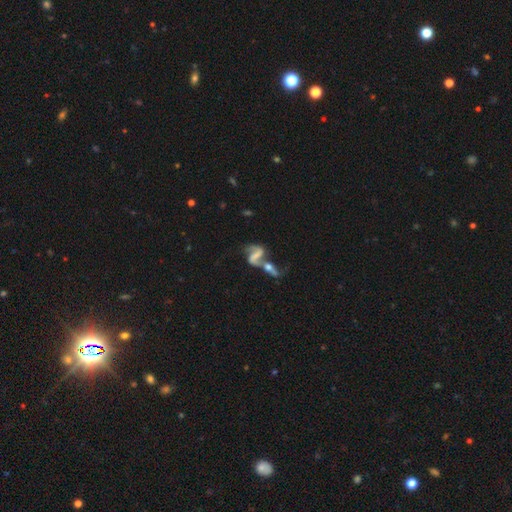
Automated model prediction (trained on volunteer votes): smooth_or_featured: featured or disk (p=0.78) [alt: smooth p=0.14]
disk_edge_on: no (p=0.95) [alt: yes p=0.05]
bar: weak (p=0.36) [alt: strong p=0.34]
has_spiral_arms: yes (p=0.88) [alt: no p=0.12]
spiral_winding: loose (p=0.68) [alt: medium p=0.25]
spiral_arm_count: 2 (p=0.84) [alt: 1 p=0.09]
bulge_size: none (p=0.49) [alt: small p=0.27]
merging: merger (p=0.52) [alt: none p=0.26]